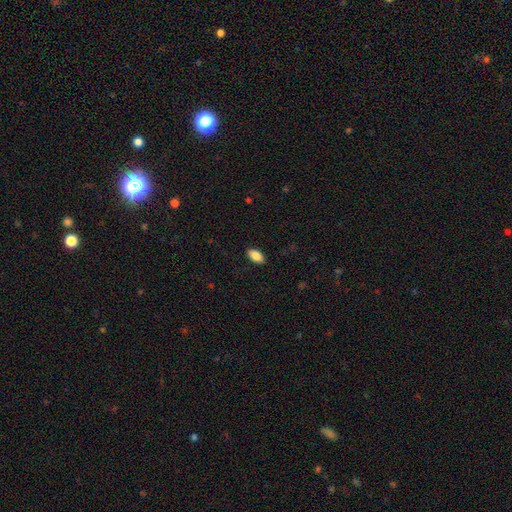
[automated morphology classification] This is clearly a smooth galaxy (86%). How rounded: clearly in between (93%). Merging: clearly none (88%).